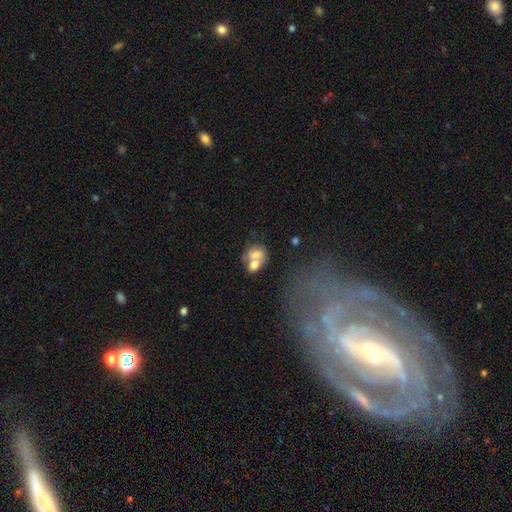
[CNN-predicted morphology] Overall: smooth (61%; featured or disk 29%). How rounded: in between (56%; round 42%). Merging: merger (64%).